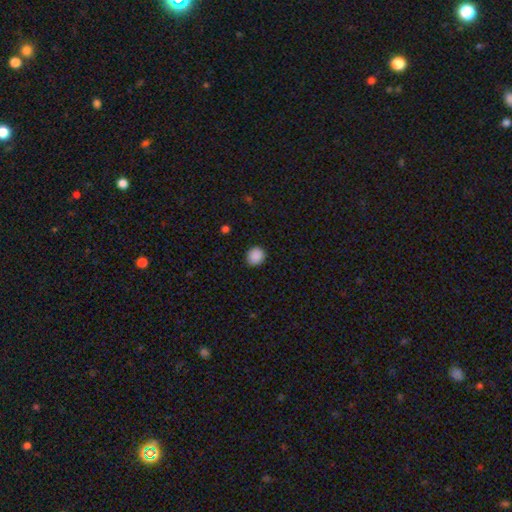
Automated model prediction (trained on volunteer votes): smooth-or-featured: smooth: 89% | star or artifact: 9% | featured or disk: 2%
  how-rounded: round: 76% | in between: 23% | cigar-shaped: 1%
  merging: none: 88% | minor disturbance: 9% | major disturbance: 2% | merger: 1%